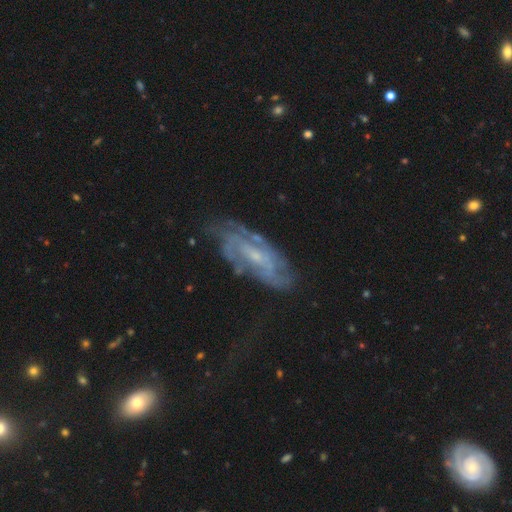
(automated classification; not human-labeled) A featured or disk galaxy (78%) with no bar (44%, tied with weak), tight (52%) spiral arms (87%) and a small central bulge (66%). Merging: none (63%).